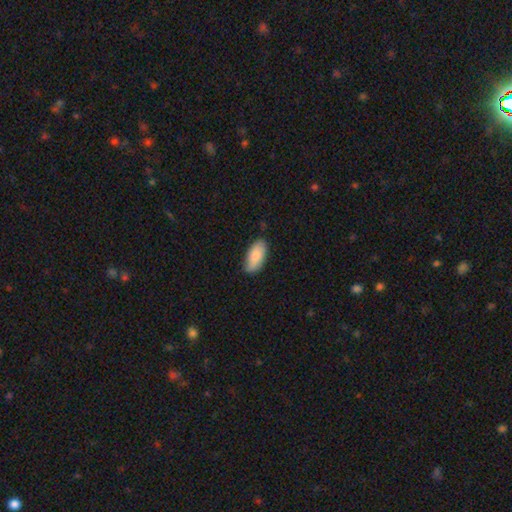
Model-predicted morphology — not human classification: Overall: smooth (85%). How rounded: in between (92%). Merging: none (79%).